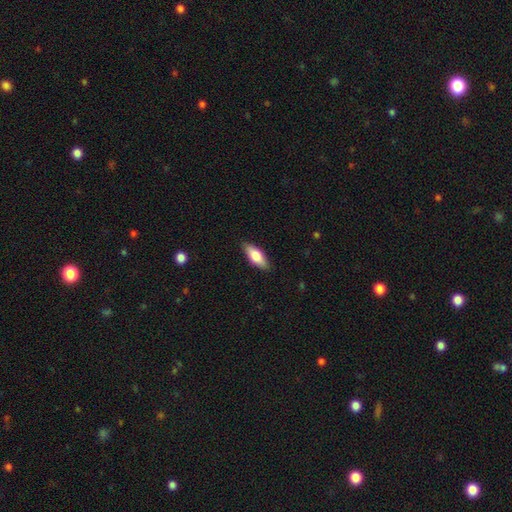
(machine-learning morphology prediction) Q: Smooth or featured?
A: smooth (71%); runner-up: featured or disk (23%)
Q: How rounded?
A: in between (75%); runner-up: cigar-shaped (23%)
Q: Merging?
A: none (87%); runner-up: minor disturbance (10%)